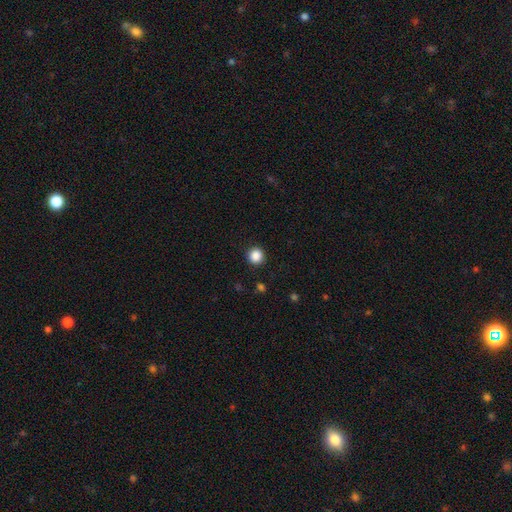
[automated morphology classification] A smooth galaxy with no disk features (87%) that is round (94%).

Vote fractions:
- Smooth or featured? smooth: 87% / star or artifact: 10% / featured or disk: 3%
- How rounded? round: 94% / in between: 5% / cigar-shaped: 1%
- Merging? none: 92% / minor disturbance: 5% / major disturbance: 2% / merger: 1%